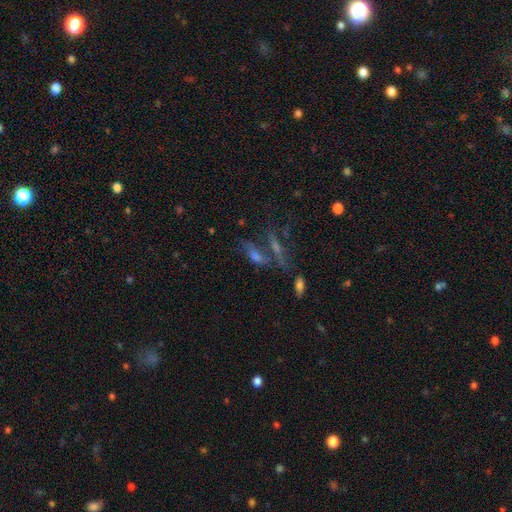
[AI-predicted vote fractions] Smooth or featured? smooth (39%)
Merging? none (40%)